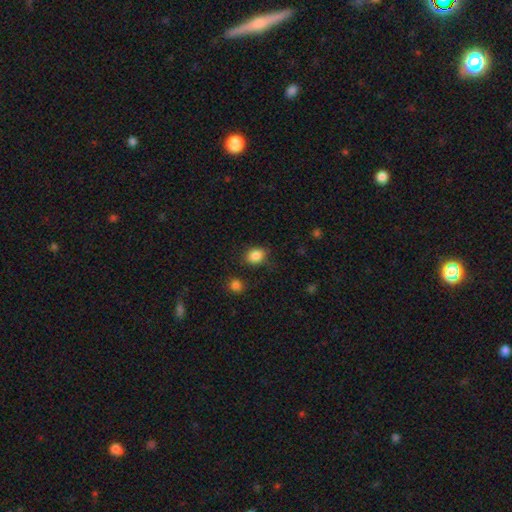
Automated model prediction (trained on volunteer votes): Smooth or featured? Predicted: smooth (p=0.86). How rounded? Predicted: in between (p=0.52). Merging? Predicted: none (p=0.77).